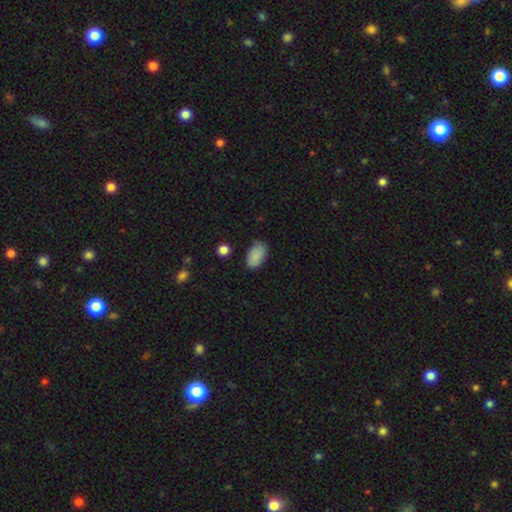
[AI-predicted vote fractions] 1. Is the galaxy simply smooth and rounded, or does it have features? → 85% smooth, 8% featured or disk, 7% star or artifact.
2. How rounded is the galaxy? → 93% in between, 5% round, 2% cigar-shaped.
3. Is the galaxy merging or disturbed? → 69% none, 25% minor disturbance, 4% major disturbance, 2% merger.